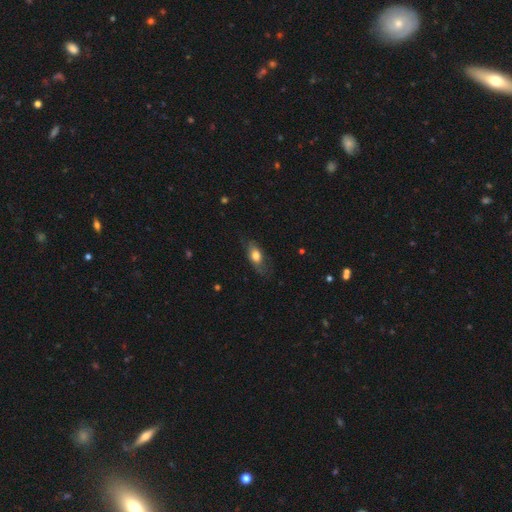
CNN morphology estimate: The model was most divided on "merging": none: 62%, minor disturbance: 26%, major disturbance: 11%, merger: 1%. More confident: how rounded — in between (78%); smooth or featured — smooth (69%).